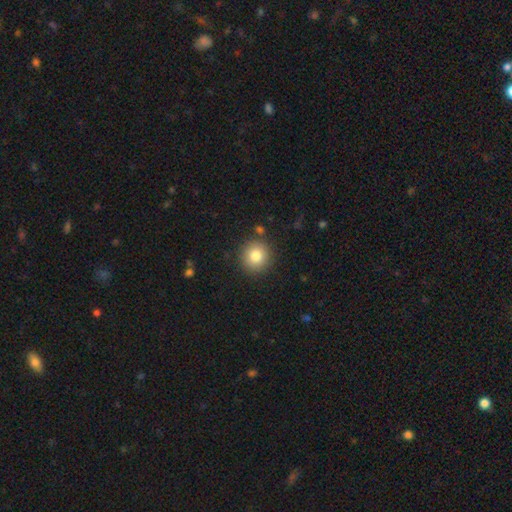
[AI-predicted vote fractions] Morphology: type=smooth (82%); roundness=round (93%); merging=none (88%).